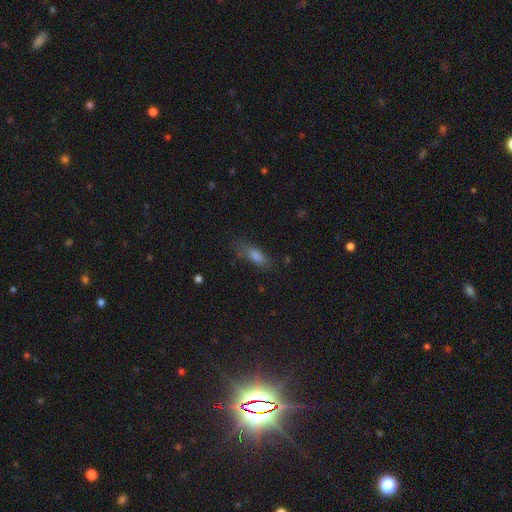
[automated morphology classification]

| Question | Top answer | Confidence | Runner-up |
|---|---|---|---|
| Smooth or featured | smooth | 70% | star or artifact (15%) |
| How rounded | in between | 56% | cigar-shaped (41%) |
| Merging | none | 68% | minor disturbance (21%) |